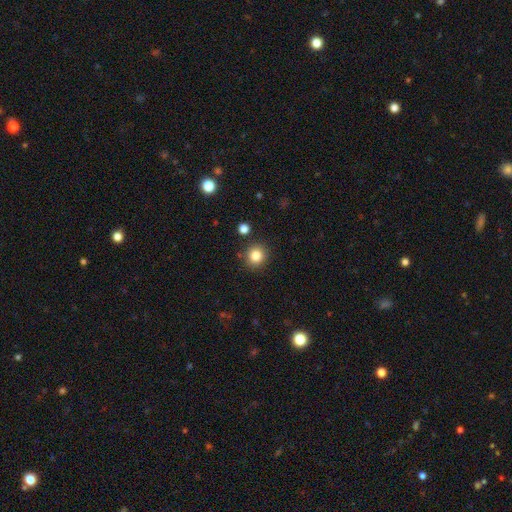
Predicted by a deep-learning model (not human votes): Smooth or featured? smooth (83%)
How rounded? round (90%)
Merging? none (88%)